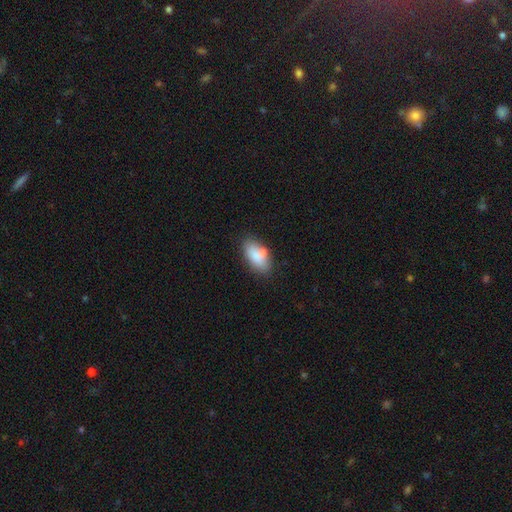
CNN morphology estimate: smooth 77%, featured or disk 15%, star or artifact 8%. Down the decision tree: how rounded — in between (91%); merging — none (57%).